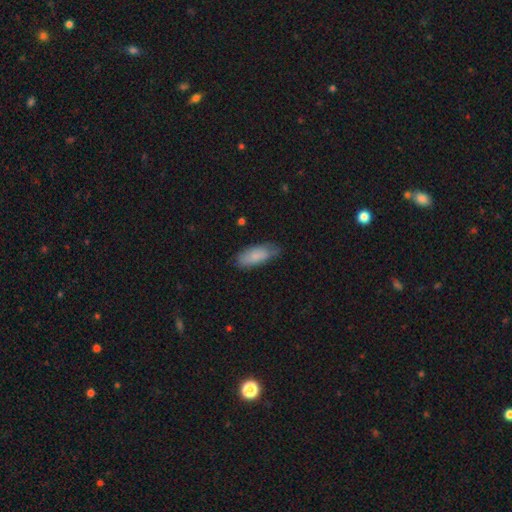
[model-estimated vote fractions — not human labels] The model was most divided on "merging": none: 69%, minor disturbance: 25%, major disturbance: 4%, merger: 1%. More confident: smooth or featured — smooth (83%); how rounded — in between (80%).